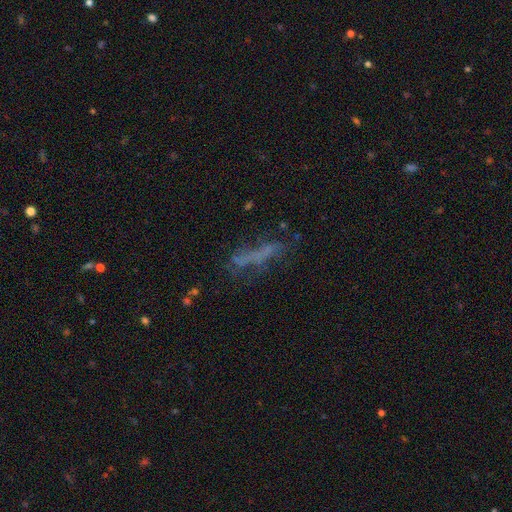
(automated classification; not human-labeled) A smooth galaxy with no disk features (44%).

Vote fractions:
- Smooth or featured? smooth: 44% / featured or disk: 35% / star or artifact: 21%
- Merging? none: 56% / minor disturbance: 20% / major disturbance: 19% / merger: 5%